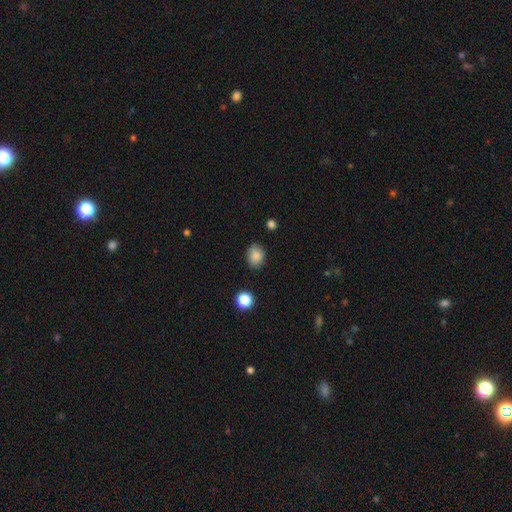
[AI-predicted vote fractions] Smooth or featured: smooth — 85% (star or artifact — 9%)
How rounded: in between — 55% (round — 44%)
Merging: none — 82% (minor disturbance — 13%)